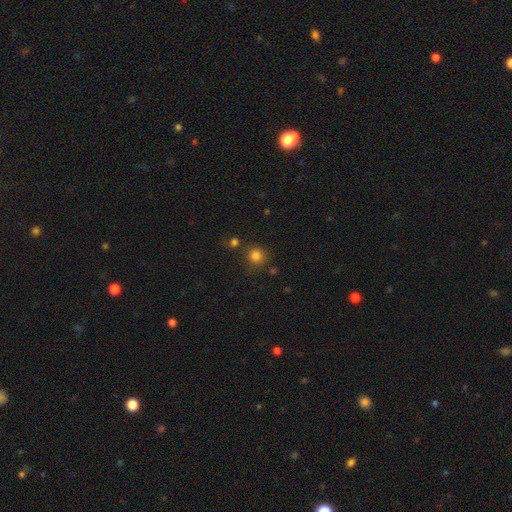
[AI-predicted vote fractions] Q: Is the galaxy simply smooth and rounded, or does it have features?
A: smooth — 80%.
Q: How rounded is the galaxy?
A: round — 91%.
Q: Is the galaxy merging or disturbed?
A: none — 77%.